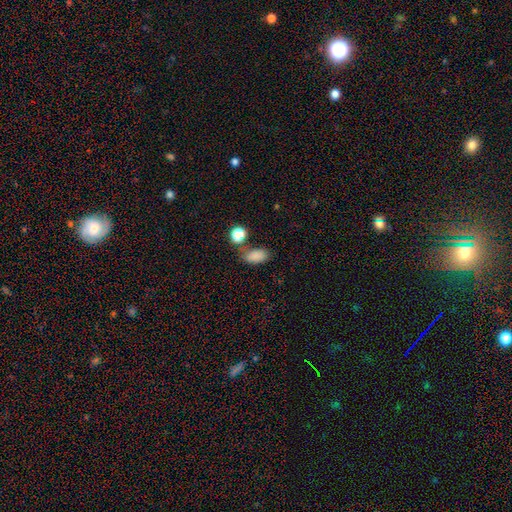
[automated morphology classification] smooth_or_featured: smooth (p=0.83) [alt: star or artifact p=0.12]
how_rounded: in between (p=0.90) [alt: round p=0.08]
merging: none (p=0.61) [alt: minor disturbance p=0.18]